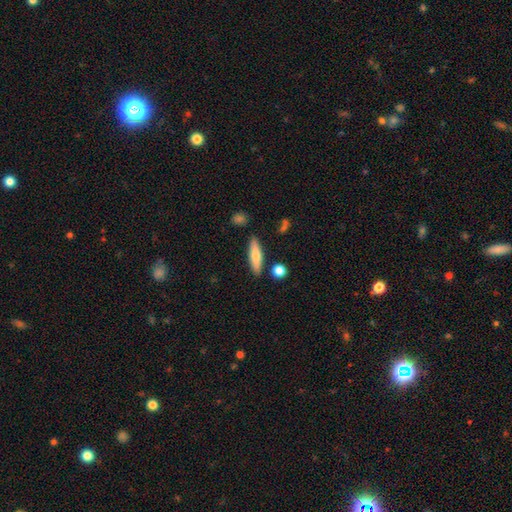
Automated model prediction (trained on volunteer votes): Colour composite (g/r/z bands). It shows a smooth galaxy with no disk features (69%) that is cigar-shaped (66%). Merging: none (85%).